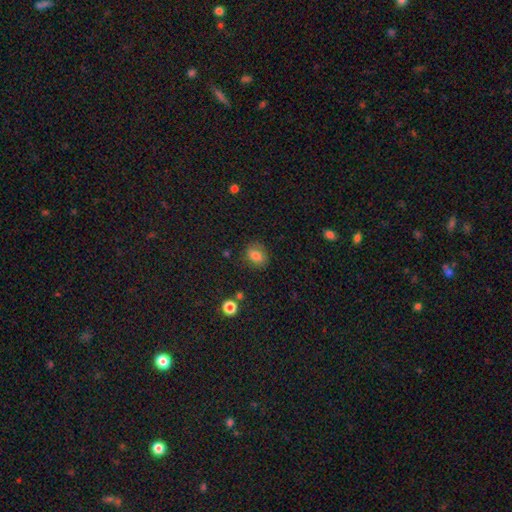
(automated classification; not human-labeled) Q: Smooth or featured?
A: smooth (77%); runner-up: featured or disk (12%)
Q: How rounded?
A: in between (52%); runner-up: round (47%)
Q: Merging?
A: none (78%); runner-up: minor disturbance (16%)